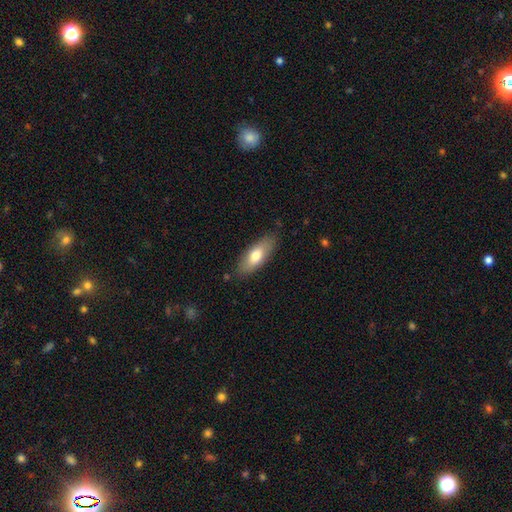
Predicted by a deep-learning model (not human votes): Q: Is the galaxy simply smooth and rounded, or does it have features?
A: smooth — 72%.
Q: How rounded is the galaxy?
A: in between — 75%.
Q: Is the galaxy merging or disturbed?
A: none — 83%.